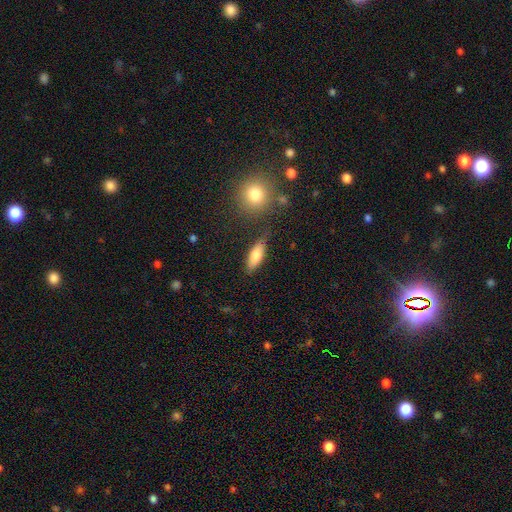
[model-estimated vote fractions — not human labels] The model was most divided on "how rounded": in between: 64%, cigar-shaped: 32%, round: 3%. More confident: smooth or featured — smooth (77%); merging — none (74%).